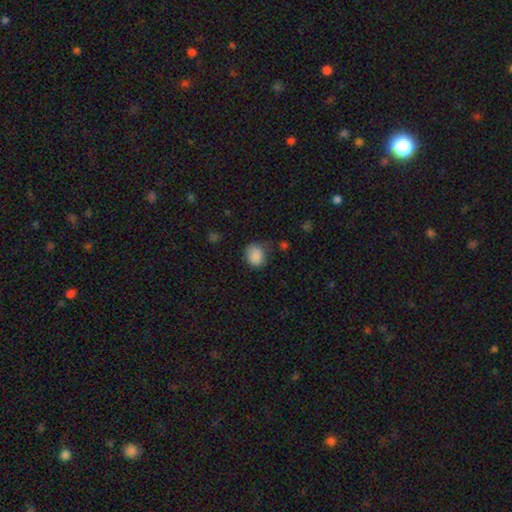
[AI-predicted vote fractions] Morphology: type=smooth (86%); roundness=round (65%); merging=none (64%).